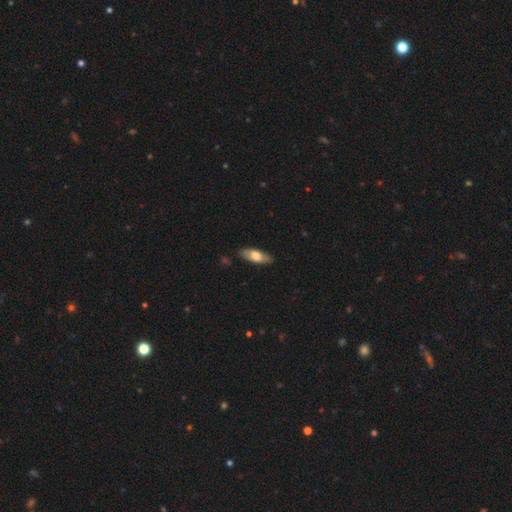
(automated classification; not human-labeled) smooth_or_featured: smooth (p=0.64) [alt: featured or disk p=0.30]
how_rounded: in between (p=0.73) [alt: cigar-shaped p=0.24]
merging: none (p=0.83) [alt: minor disturbance p=0.13]